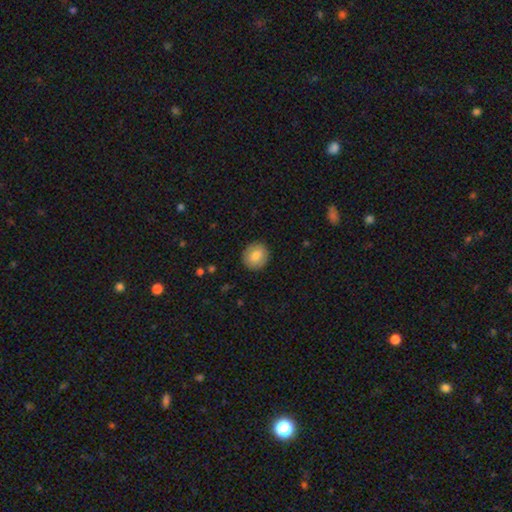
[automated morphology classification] Smooth or featured?
  - smooth: 80% *
  - featured or disk: 13%
  - star or artifact: 7%
How rounded?
  - round: 84% *
  - in between: 15%
  - cigar-shaped: 1%
Merging?
  - none: 90% *
  - minor disturbance: 7%
  - major disturbance: 2%
  - merger: 1%